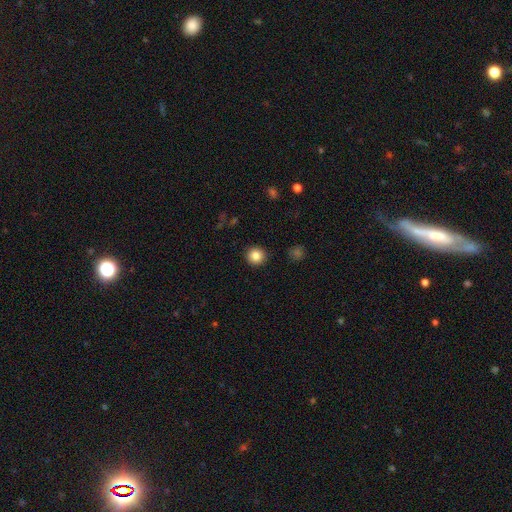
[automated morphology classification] Q: Smooth or featured?
A: smooth (85%); runner-up: star or artifact (10%)
Q: How rounded?
A: round (94%); runner-up: in between (5%)
Q: Merging?
A: none (92%); runner-up: minor disturbance (5%)